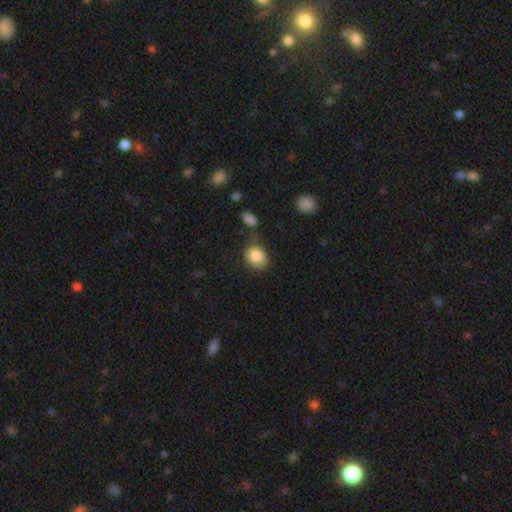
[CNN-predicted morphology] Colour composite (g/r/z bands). It shows a smooth galaxy with no disk features (86%) that is in between round and cigar-shaped (54%). Merging: none (63%).